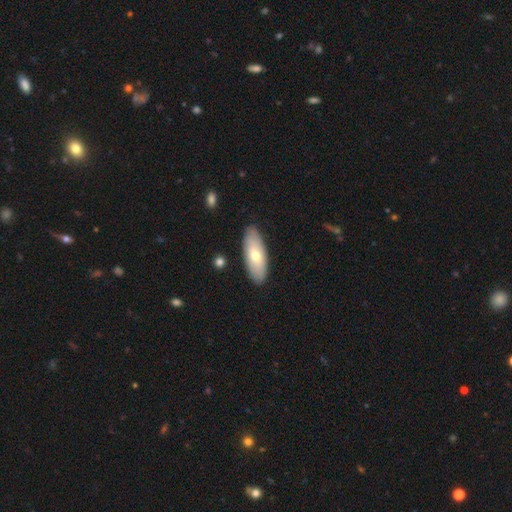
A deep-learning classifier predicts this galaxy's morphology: Q: Smooth or featured?
A: smooth (63%); runner-up: featured or disk (31%)
Q: How rounded?
A: in between (76%); runner-up: cigar-shaped (22%)
Q: Merging?
A: none (88%); runner-up: minor disturbance (9%)